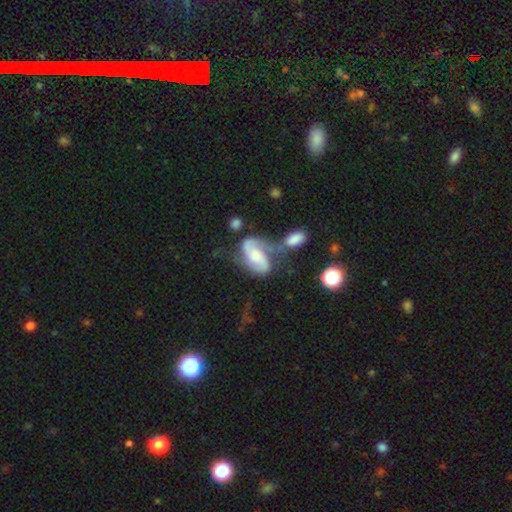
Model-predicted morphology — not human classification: This appears to be a featured or disk galaxy (78%) with no bar (46%), 2 (90%) medium (47%) spiral arms (94%) and a moderate central bulge (34%). Merging: merger (35%).